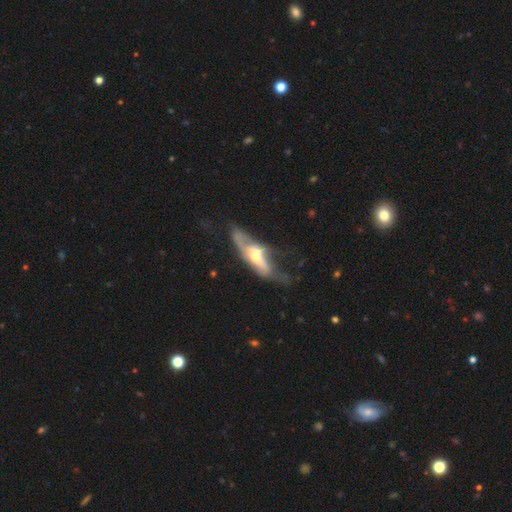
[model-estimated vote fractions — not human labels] Smooth or featured? Predicted: featured or disk (p=0.61). Edge-on disk? Predicted: no (p=0.67). Merging? Predicted: major disturbance (p=0.36).